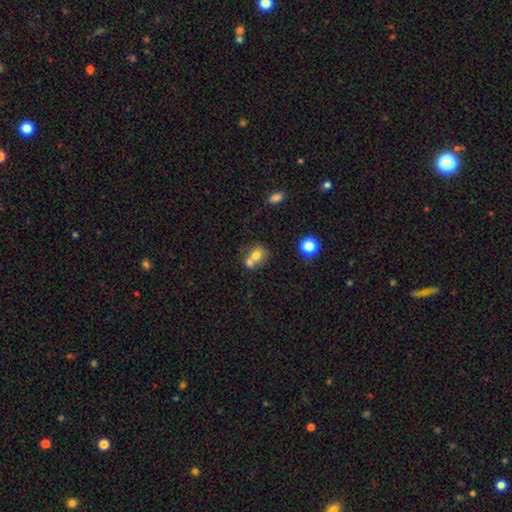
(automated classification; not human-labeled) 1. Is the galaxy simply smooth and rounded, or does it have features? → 70% smooth, 19% featured or disk, 11% star or artifact.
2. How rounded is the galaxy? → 55% round, 44% in between, 1% cigar-shaped.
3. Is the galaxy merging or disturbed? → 57% merger, 31% none, 9% minor disturbance, 4% major disturbance.